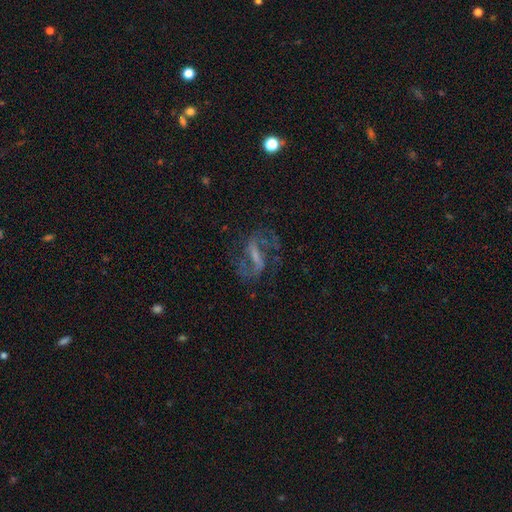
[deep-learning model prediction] Q: Smooth or featured?
A: featured or disk (81%); runner-up: smooth (10%)
Q: Edge-on disk?
A: no (94%); runner-up: yes (6%)
Q: Bar?
A: strong (55%); runner-up: weak (35%)
Q: Spiral arms?
A: yes (91%); runner-up: no (9%)
Q: Spiral winding?
A: medium (48%); runner-up: loose (41%)
Q: Spiral arm count?
A: 2 (89%); runner-up: can't tell (5%)
Q: Bulge size?
A: small (41%); runner-up: none (34%)
Q: Merging?
A: none (68%); runner-up: major disturbance (15%)